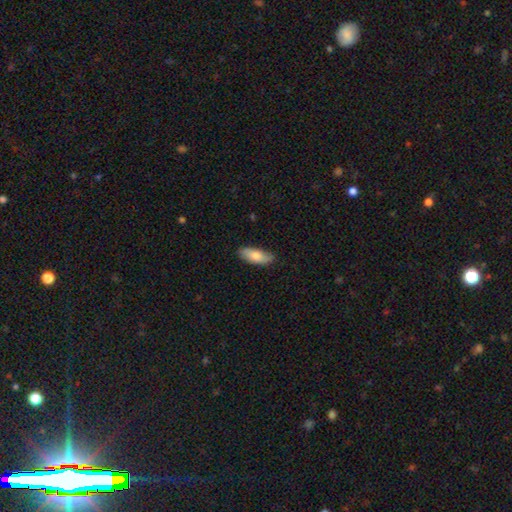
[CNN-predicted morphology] This appears to be a smooth galaxy with no disk features (79%) that is in between round and cigar-shaped (76%). Merging: none (82%).